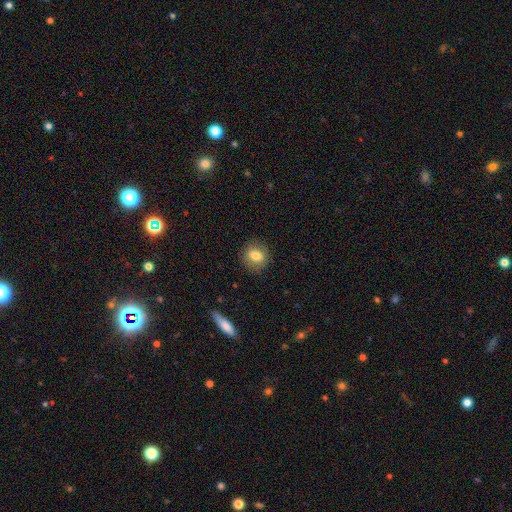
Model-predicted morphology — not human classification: A smooth galaxy with no disk features (78%) that is round (72%). Merging: none (87%).